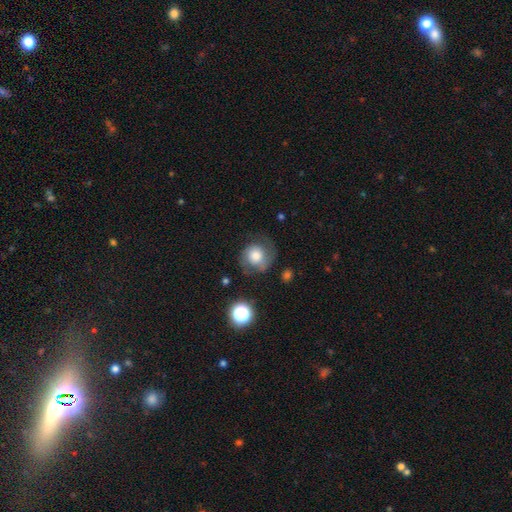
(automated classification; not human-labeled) smooth-or-featured: smooth: 56% | featured or disk: 34% | star or artifact: 9%
  how-rounded: round: 84% | in between: 15% | cigar-shaped: 1%
  merging: none: 59% | minor disturbance: 23% | major disturbance: 16% | merger: 2%